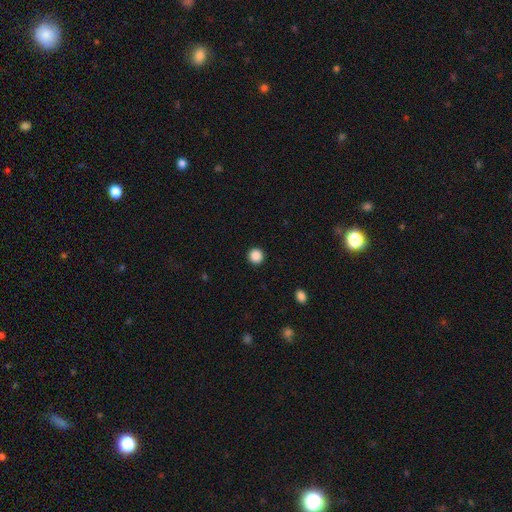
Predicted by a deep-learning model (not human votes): A smooth galaxy with no disk features (88%) that is round (95%). Merging: none (93%).